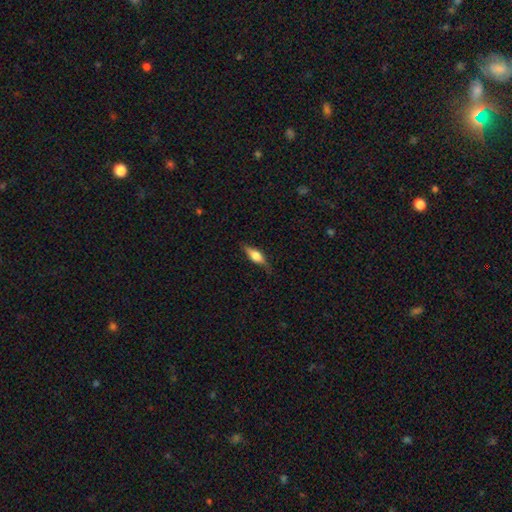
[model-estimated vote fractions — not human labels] The model was most divided on "smooth or featured": smooth: 52%, featured or disk: 41%, star or artifact: 7%. More confident: merging — none (75%); how rounded — in between (59%).